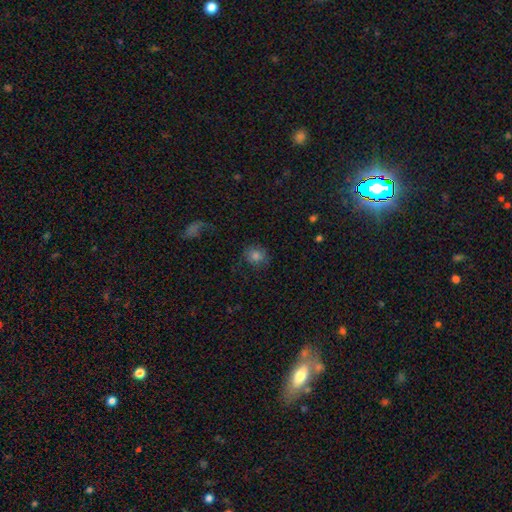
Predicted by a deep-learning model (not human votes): Smooth or featured? Predicted: smooth (p=0.74). How rounded? Predicted: round (p=0.78). Merging? Predicted: none (p=0.73).